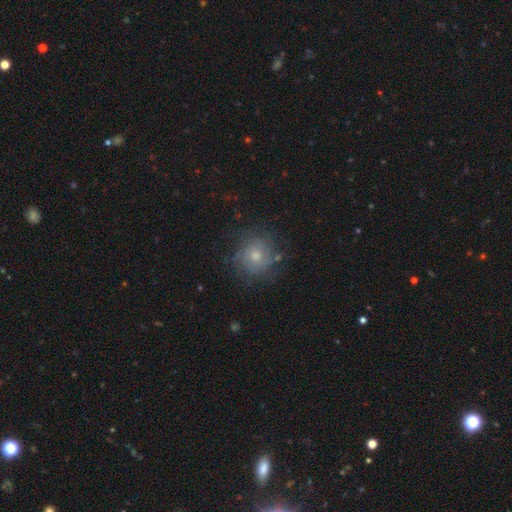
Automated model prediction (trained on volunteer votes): Overall: smooth (51%; featured or disk 36%). How rounded: round (89%). Merging: none (72%).